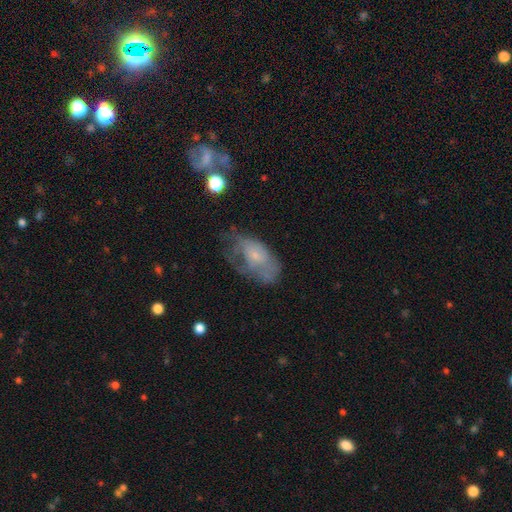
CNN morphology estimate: A featured or disk galaxy (45%, tied with smooth). Merging: none (38%).